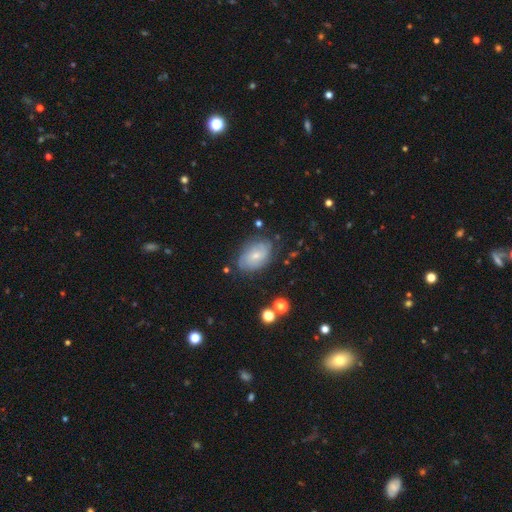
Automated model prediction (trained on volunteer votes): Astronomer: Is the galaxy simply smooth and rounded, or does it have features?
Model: featured or disk — 64%.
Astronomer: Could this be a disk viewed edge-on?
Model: no — 96%.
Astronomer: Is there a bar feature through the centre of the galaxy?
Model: no — 66%.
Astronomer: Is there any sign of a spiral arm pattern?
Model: yes — 86%.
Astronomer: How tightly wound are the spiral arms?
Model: tight — 61%.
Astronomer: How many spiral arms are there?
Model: can't tell — 46% (runner-up: 2, 25%).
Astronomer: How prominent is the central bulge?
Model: small — 67%.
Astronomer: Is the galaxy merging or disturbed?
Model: none — 71%.